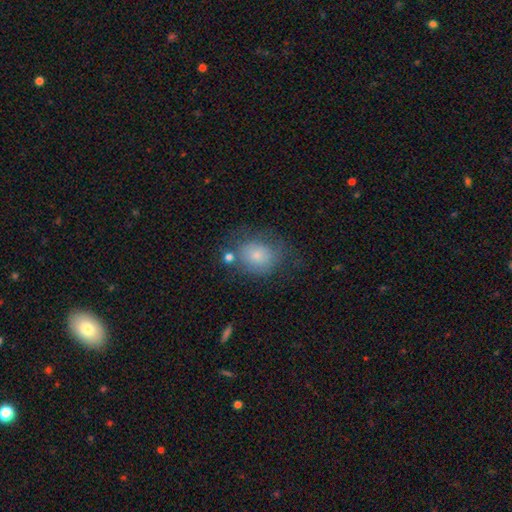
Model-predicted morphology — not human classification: The model was most divided on "how rounded": round: 55%, in between: 44%, cigar-shaped: 1%. More confident: smooth or featured — smooth (71%); merging — none (59%).